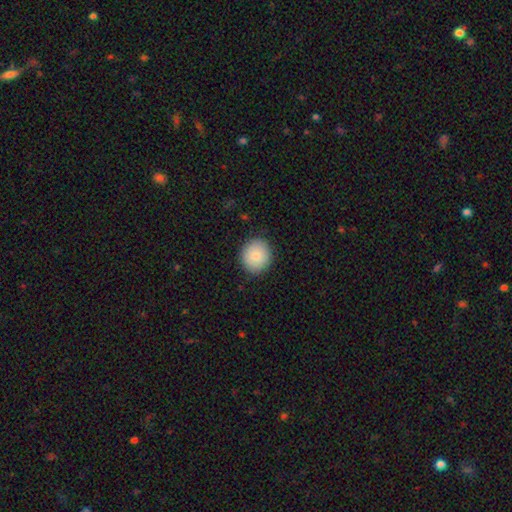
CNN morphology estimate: type=smooth (85%); roundness=round (85%); merging=none (88%).